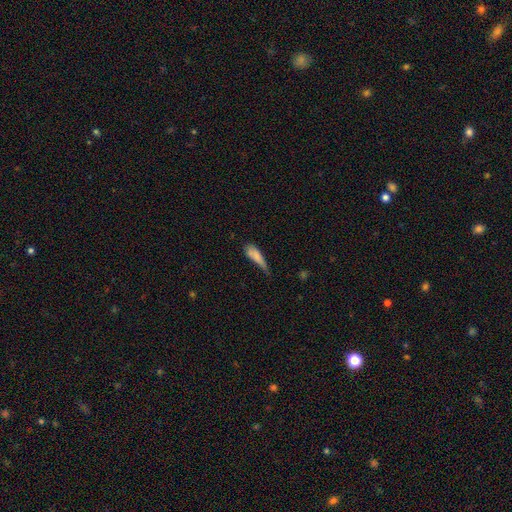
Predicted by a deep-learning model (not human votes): Smooth or featured? Predicted: smooth (p=0.76). How rounded? Predicted: cigar-shaped (p=0.55). Merging? Predicted: minor disturbance (p=0.44).